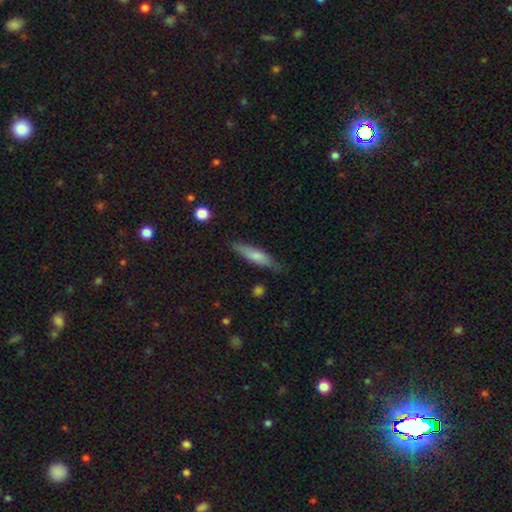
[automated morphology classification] Smooth or featured: smooth — 70% (featured or disk — 24%)
How rounded: cigar-shaped — 75% (in between — 24%)
Merging: none — 77% (minor disturbance — 18%)